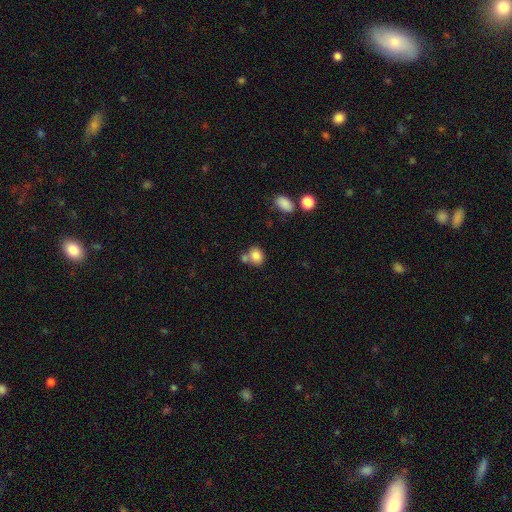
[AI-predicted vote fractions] Smooth or featured?
  - smooth: 82% *
  - star or artifact: 9%
  - featured or disk: 8%
How rounded?
  - round: 62% *
  - in between: 37%
  - cigar-shaped: 1%
Merging?
  - none: 55% *
  - merger: 29%
  - minor disturbance: 12%
  - major disturbance: 4%